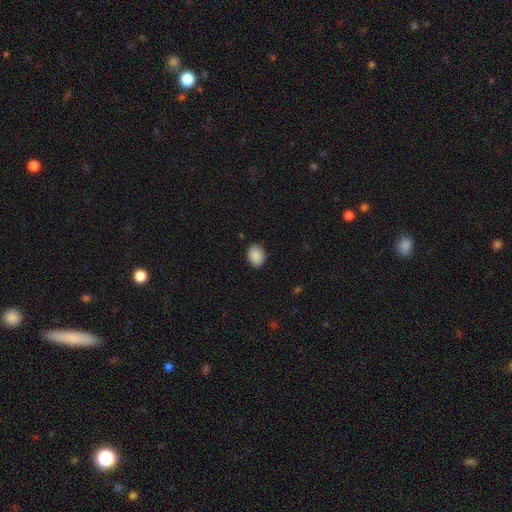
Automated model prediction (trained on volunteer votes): smooth 90%, star or artifact 7%, featured or disk 3%. Down the decision tree: how rounded — in between (59%); merging — none (86%).